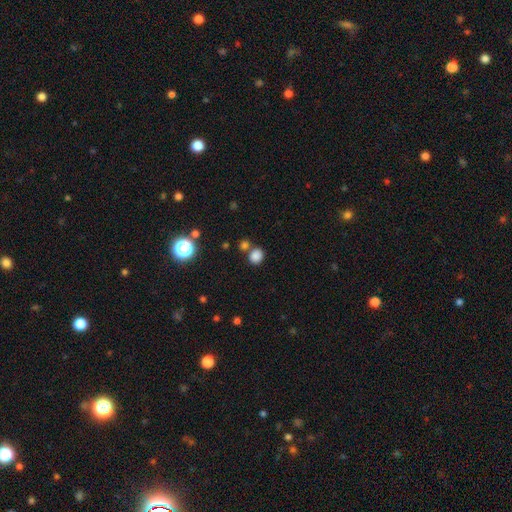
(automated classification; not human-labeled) The model was most divided on "merging": none: 67%, merger: 21%, minor disturbance: 9%, major disturbance: 3%. More confident: smooth or featured — smooth (82%); how rounded — round (80%).